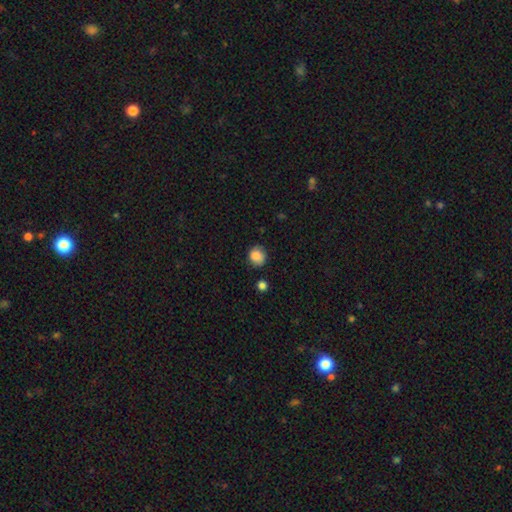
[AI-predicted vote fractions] A smooth galaxy with no disk features (83%) that is round (84%).

Vote fractions:
- Smooth or featured? smooth: 83% / star or artifact: 9% / featured or disk: 8%
- How rounded? round: 84% / in between: 15% / cigar-shaped: 1%
- Merging? none: 79% / minor disturbance: 16% / major disturbance: 3% / merger: 2%